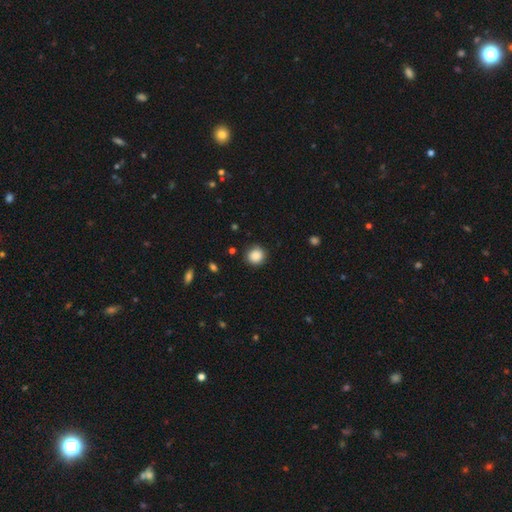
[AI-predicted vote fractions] This appears to be a smooth galaxy with no disk features (87%) that is round (91%). Merging: none (86%).